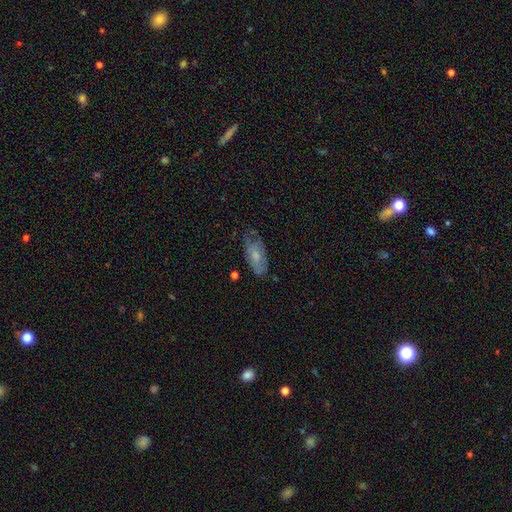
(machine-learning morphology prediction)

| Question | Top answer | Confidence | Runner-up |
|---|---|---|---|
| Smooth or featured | smooth | 63% | featured or disk (30%) |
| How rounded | in between | 84% | cigar-shaped (13%) |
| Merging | none | 54% | minor disturbance (32%) |